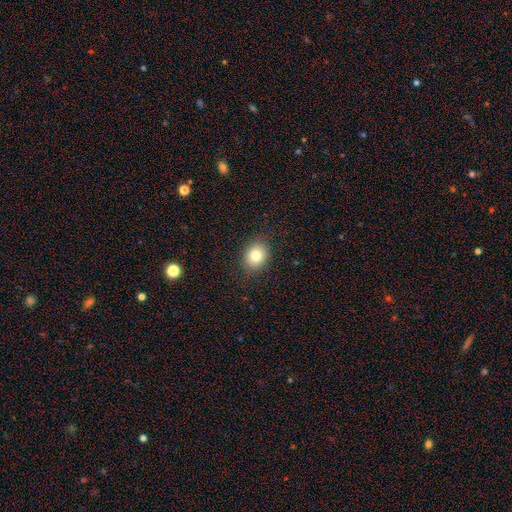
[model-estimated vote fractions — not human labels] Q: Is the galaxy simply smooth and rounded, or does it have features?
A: smooth — 80%.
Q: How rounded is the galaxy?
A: round — 55%.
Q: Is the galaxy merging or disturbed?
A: none — 88%.